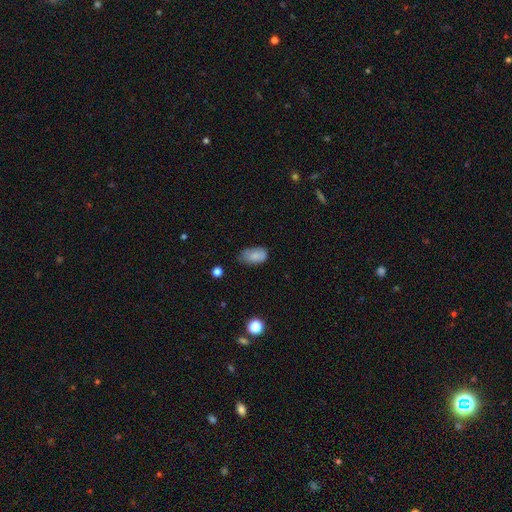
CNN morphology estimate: smooth_or_featured: smooth (p=0.82) [alt: featured or disk p=0.10]
how_rounded: in between (p=0.92) [alt: round p=0.06]
merging: none (p=0.56) [alt: minor disturbance p=0.34]